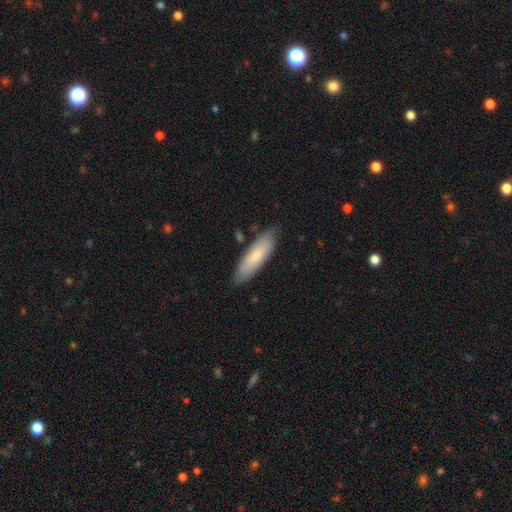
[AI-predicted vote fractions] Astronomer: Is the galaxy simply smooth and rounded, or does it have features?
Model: smooth — 76%.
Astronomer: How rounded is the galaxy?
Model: cigar-shaped — 54% (runner-up: in between, 44%).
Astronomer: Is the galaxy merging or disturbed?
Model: none — 81%.